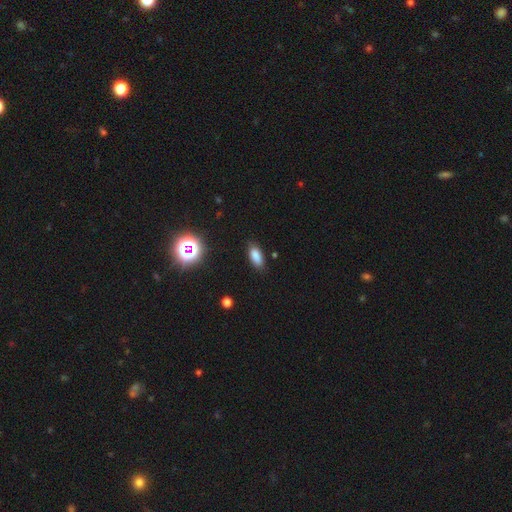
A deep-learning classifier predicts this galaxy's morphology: Overall: smooth (82%). How rounded: in between (83%). Merging: none (84%).